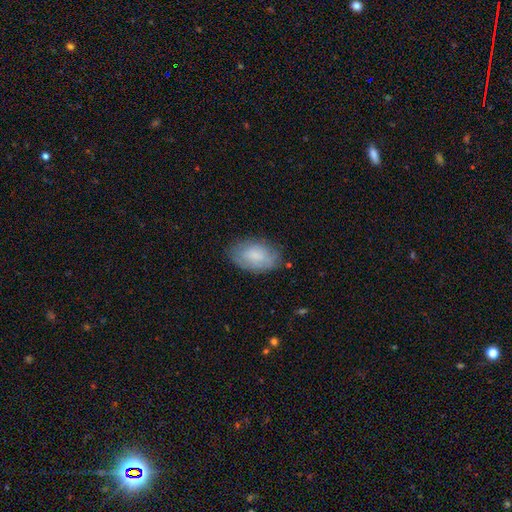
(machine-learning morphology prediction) Smooth or featured? Predicted: smooth (p=0.76). How rounded? Predicted: in between (p=0.92). Merging? Predicted: none (p=0.74).